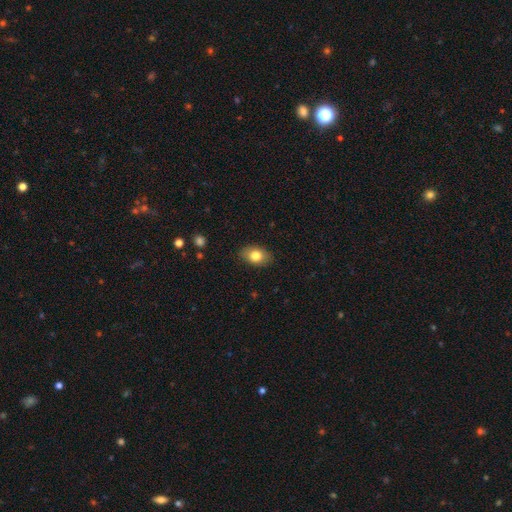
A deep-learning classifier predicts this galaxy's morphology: Smooth or featured: smooth — 80% (featured or disk — 12%)
How rounded: in between — 86% (round — 13%)
Merging: none — 85% (minor disturbance — 11%)